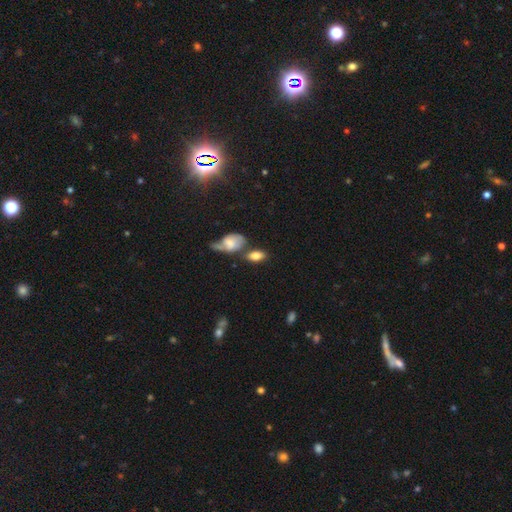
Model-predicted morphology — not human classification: smooth_or_featured: smooth (p=0.75) [alt: featured or disk p=0.18]
how_rounded: in between (p=0.89) [alt: round p=0.07]
merging: none (p=0.51) [alt: merger p=0.26]